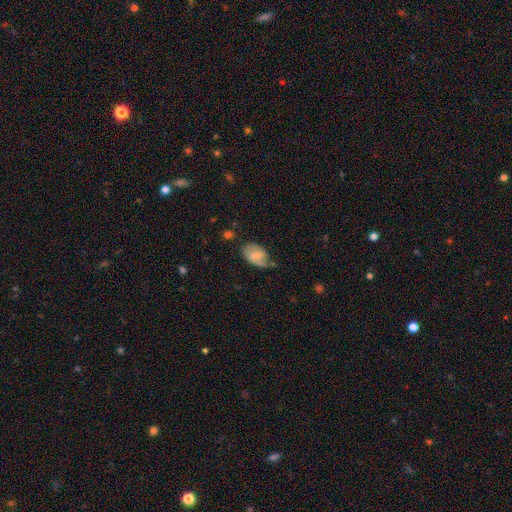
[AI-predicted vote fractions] A smooth galaxy with no disk features (59%) that is in between round and cigar-shaped (87%).

Vote fractions:
- Smooth or featured? smooth: 59% / featured or disk: 33% / star or artifact: 8%
- How rounded? in between: 87% / round: 12% / cigar-shaped: 1%
- Merging? none: 50% / minor disturbance: 35% / major disturbance: 11% / merger: 4%